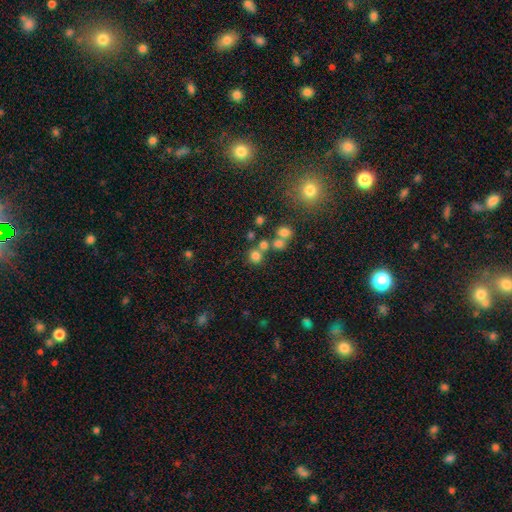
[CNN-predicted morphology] The model was most divided on "merging": none: 62%, merger: 25%, minor disturbance: 8%, major disturbance: 5%. More confident: how rounded — round (87%); smooth or featured — smooth (73%).